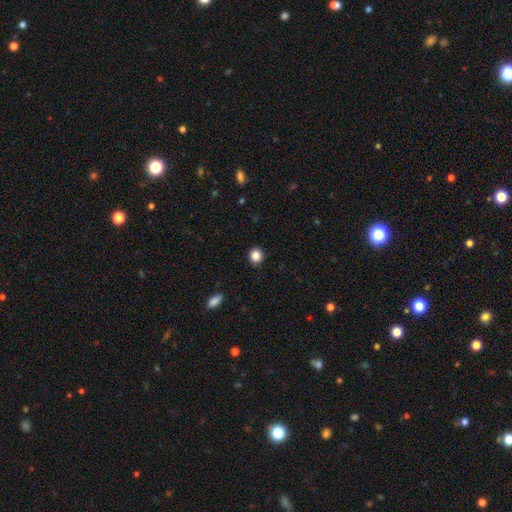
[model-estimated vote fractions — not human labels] This appears to be a smooth galaxy with no disk features (86%) that is round (86%). Merging: none (90%).